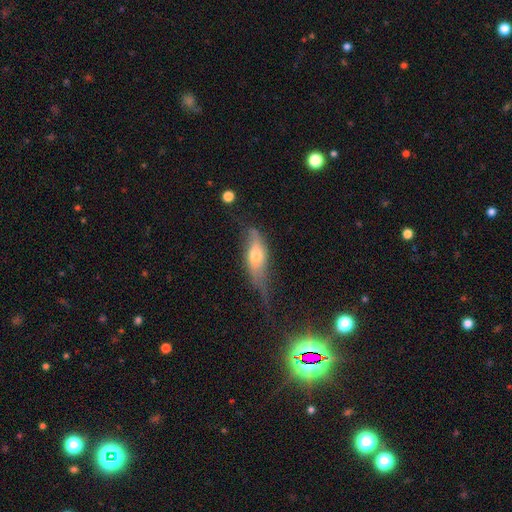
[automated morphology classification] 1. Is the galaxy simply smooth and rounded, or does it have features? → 50% smooth, 43% featured or disk, 7% star or artifact.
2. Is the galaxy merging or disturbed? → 36% none, 35% minor disturbance, 25% major disturbance, 4% merger.